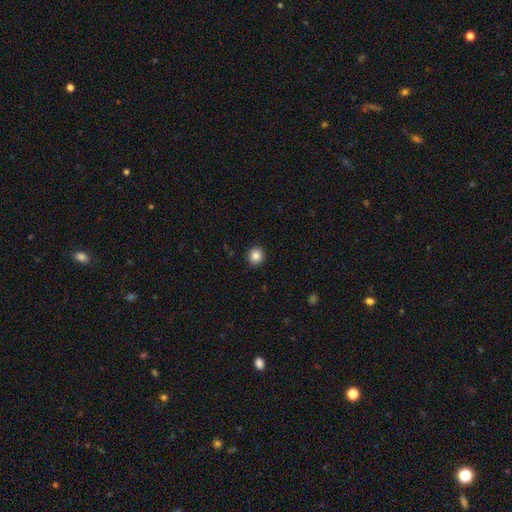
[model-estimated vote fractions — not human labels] Smooth or featured? smooth (86%)
How rounded? round (92%)
Merging? none (92%)